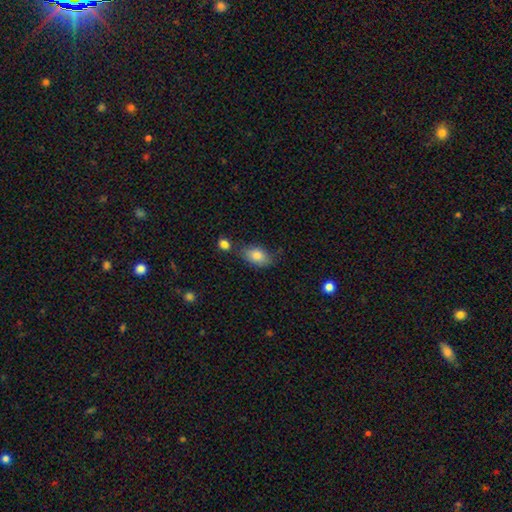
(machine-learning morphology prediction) This appears to be a smooth galaxy with no disk features (83%) that is in between round and cigar-shaped (88%). Merging: none (66%).